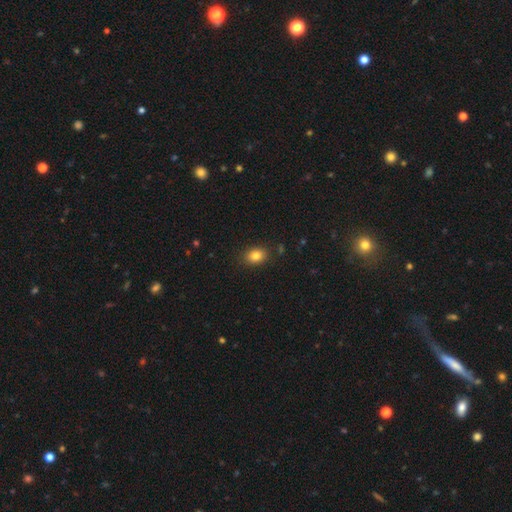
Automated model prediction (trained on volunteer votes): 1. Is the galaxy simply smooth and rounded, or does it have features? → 83% smooth, 10% star or artifact, 7% featured or disk.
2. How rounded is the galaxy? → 67% in between, 32% round, 1% cigar-shaped.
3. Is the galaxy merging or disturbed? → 86% none, 10% minor disturbance, 2% major disturbance, 2% merger.